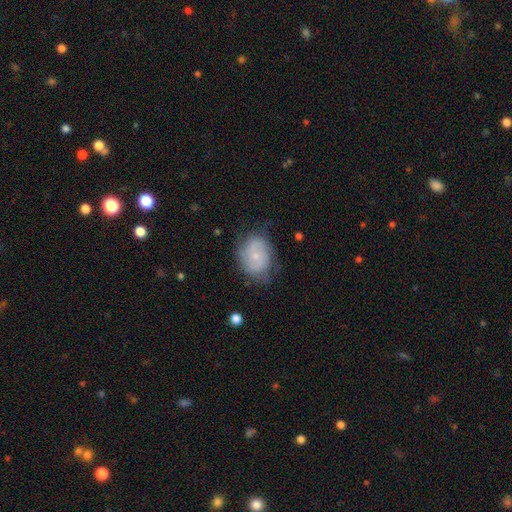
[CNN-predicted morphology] Smooth or featured?
  - featured or disk: 57% *
  - smooth: 35%
  - star or artifact: 8%
Edge-on disk?
  - no: 97% *
  - yes: 3%
Bar?
  - no: 74% *
  - weak: 23%
  - strong: 3%
Spiral arms?
  - yes: 84% *
  - no: 16%
Bulge size?
  - small: 74% *
  - moderate: 20%
  - none: 4%
  - large: 1%
  - dominant: 1%
Merging?
  - none: 68% *
  - minor disturbance: 23%
  - major disturbance: 8%
  - merger: 1%